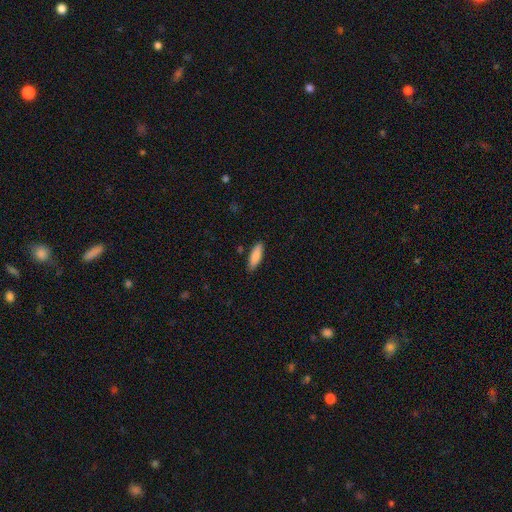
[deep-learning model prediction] Morphology: type=smooth (87%); roundness=in between (53%); merging=none (85%).